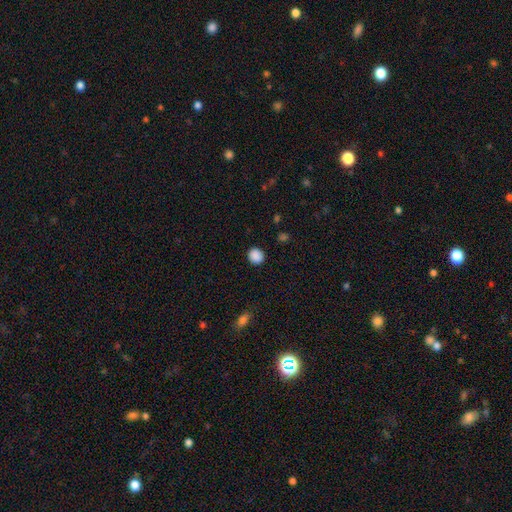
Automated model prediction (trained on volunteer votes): Smooth or featured?
  - smooth: 88% *
  - star or artifact: 9%
  - featured or disk: 2%
How rounded?
  - round: 81% *
  - in between: 18%
  - cigar-shaped: 1%
Merging?
  - none: 90% *
  - minor disturbance: 7%
  - major disturbance: 2%
  - merger: 1%